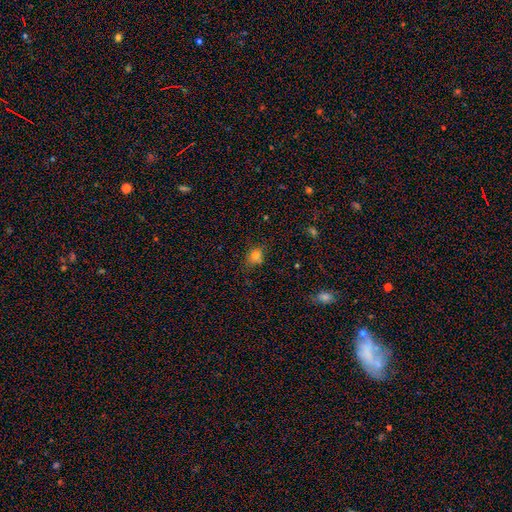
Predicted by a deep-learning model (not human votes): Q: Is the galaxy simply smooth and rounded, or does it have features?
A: smooth — 80%.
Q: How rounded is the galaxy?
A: round — 59%.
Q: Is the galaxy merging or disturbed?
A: none — 71%.